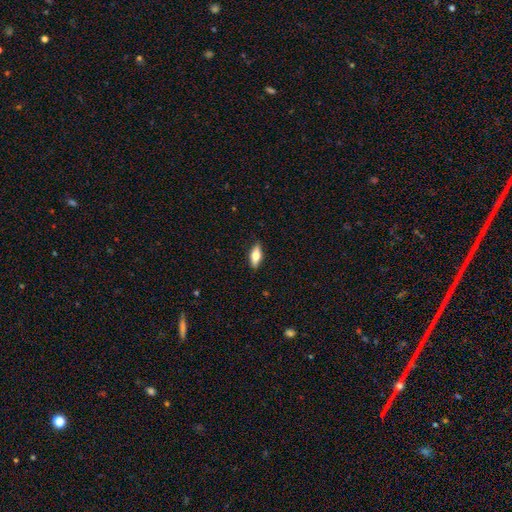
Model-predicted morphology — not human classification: A smooth galaxy with no disk features (64%) that is in between round and cigar-shaped (73%). Merging: none (88%).